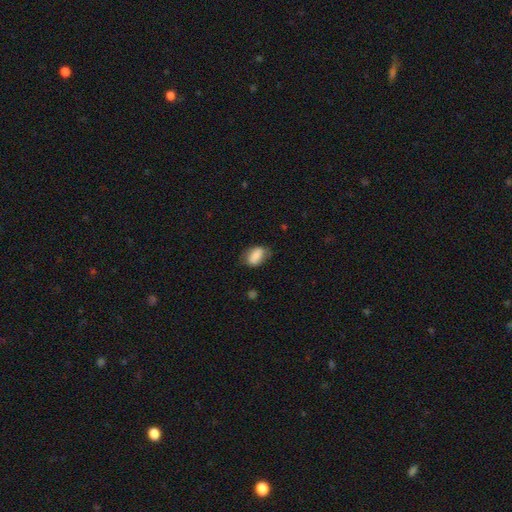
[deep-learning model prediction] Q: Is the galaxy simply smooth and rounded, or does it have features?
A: smooth — 81%.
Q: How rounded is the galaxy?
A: in between — 87%.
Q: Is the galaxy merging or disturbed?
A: none — 60%.